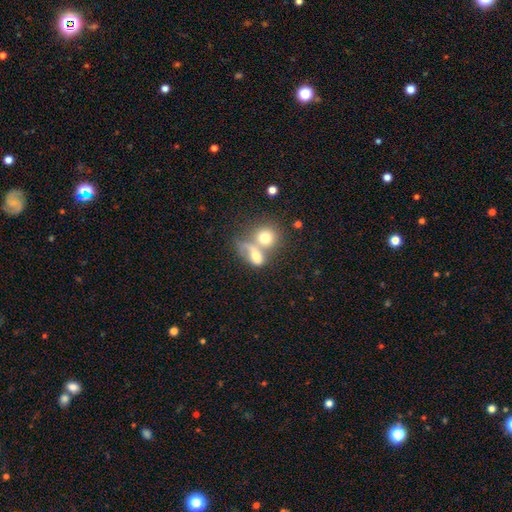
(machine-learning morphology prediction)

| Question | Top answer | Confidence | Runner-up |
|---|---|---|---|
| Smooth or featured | smooth | 65% | featured or disk (25%) |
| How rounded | in between | 56% | round (40%) |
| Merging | merger | 65% | none (18%) |